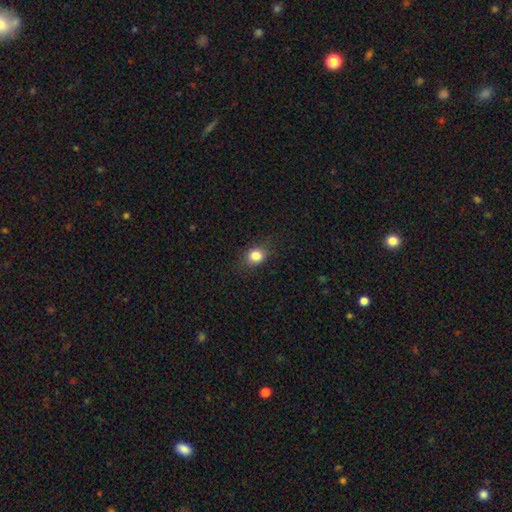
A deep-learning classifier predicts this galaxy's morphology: Smooth or featured? Predicted: smooth (p=0.84). How rounded? Predicted: round (p=0.60). Merging? Predicted: none (p=0.84).